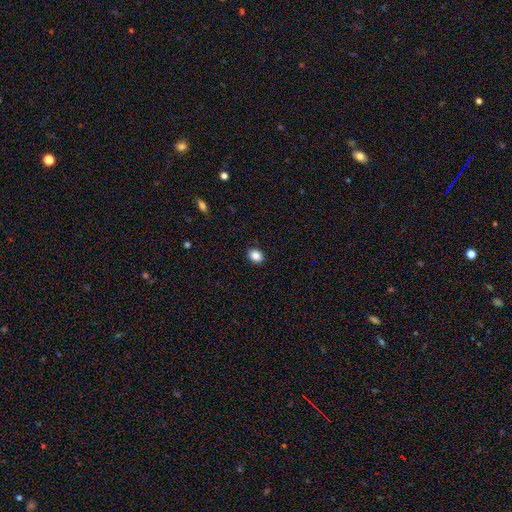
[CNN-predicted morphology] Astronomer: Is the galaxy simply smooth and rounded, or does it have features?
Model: smooth — 86%.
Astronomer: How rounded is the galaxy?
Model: round — 51% (runner-up: in between, 48%).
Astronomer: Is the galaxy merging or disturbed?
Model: none — 91%.